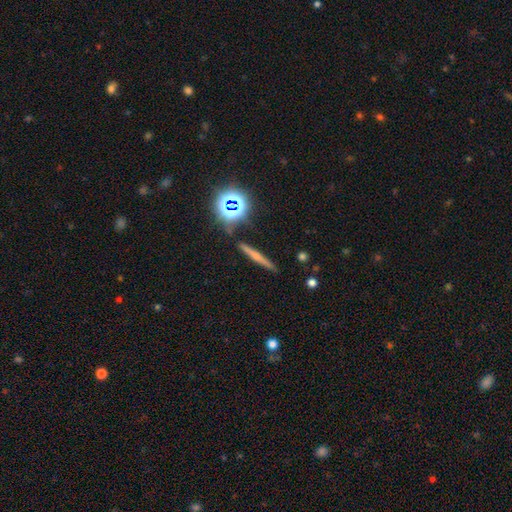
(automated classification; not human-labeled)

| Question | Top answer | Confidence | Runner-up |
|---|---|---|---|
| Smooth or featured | smooth | 45% | featured or disk (38%) |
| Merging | none | 86% | minor disturbance (9%) |